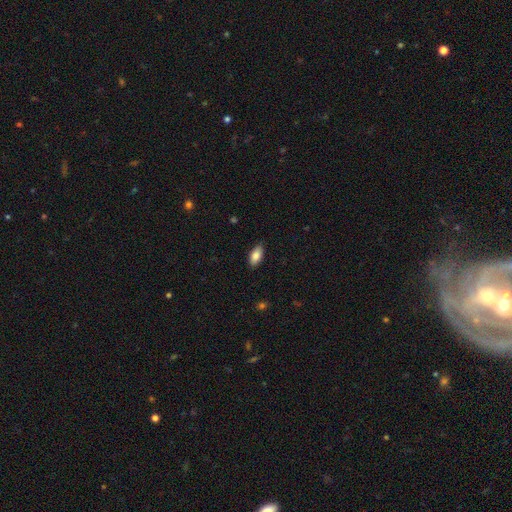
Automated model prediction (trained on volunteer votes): This is clearly a smooth galaxy (84%). How rounded: clearly in between (90%). Merging: clearly none (87%).